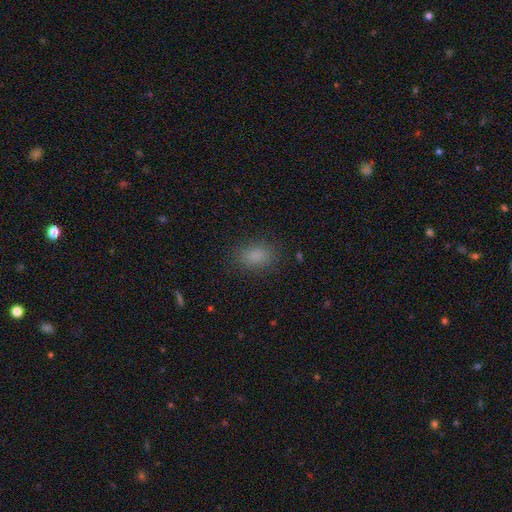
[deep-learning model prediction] Q: Smooth or featured?
A: smooth (84%); runner-up: star or artifact (12%)
Q: How rounded?
A: in between (82%); runner-up: round (16%)
Q: Merging?
A: none (84%); runner-up: minor disturbance (11%)